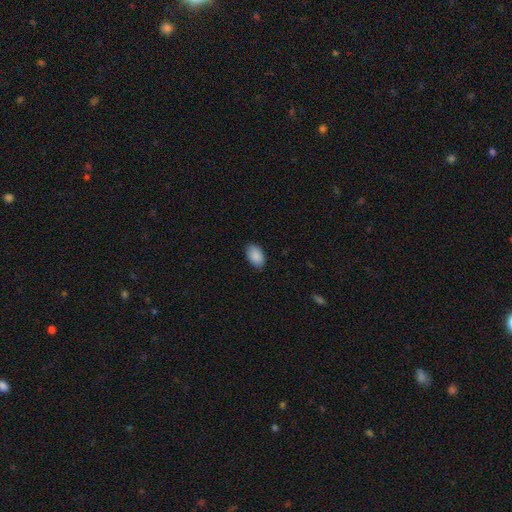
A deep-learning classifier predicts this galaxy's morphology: Smooth or featured? smooth (90%)
How rounded? in between (93%)
Merging? none (87%)